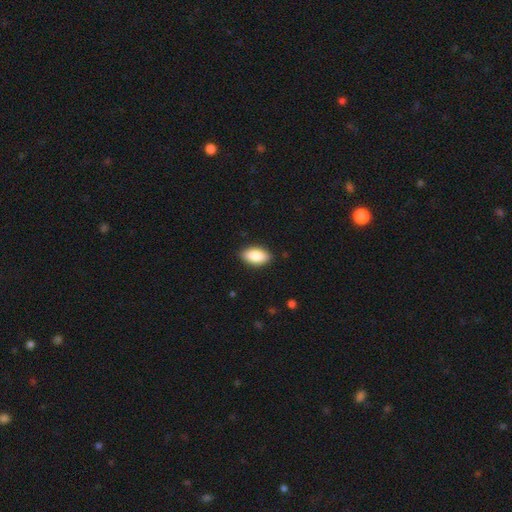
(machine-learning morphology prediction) A smooth galaxy with no disk features (87%) that is in between round and cigar-shaped (93%). Merging: none (89%).